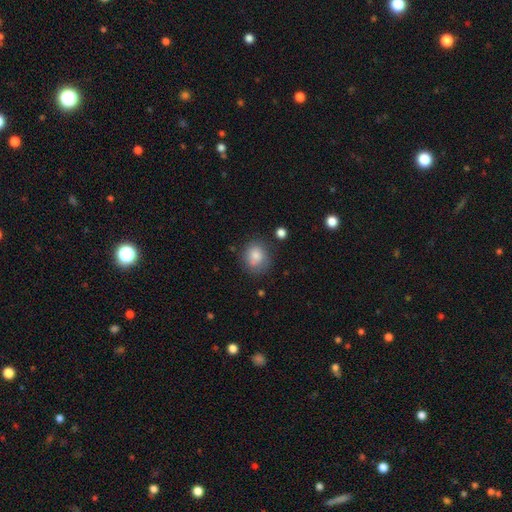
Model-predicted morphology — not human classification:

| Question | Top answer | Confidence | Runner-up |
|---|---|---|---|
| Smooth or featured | smooth | 82% | featured or disk (9%) |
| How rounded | round | 66% | in between (33%) |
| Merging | none | 68% | minor disturbance (21%) |